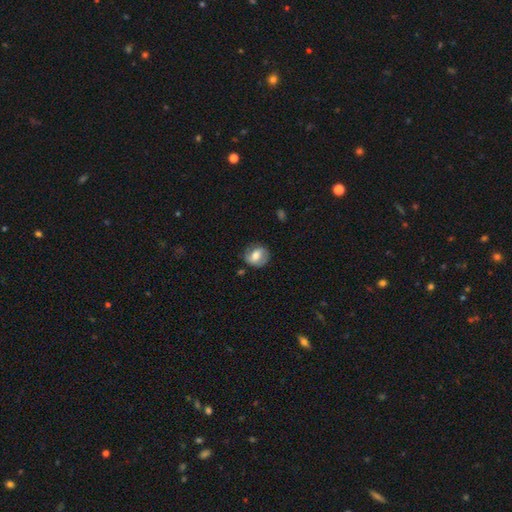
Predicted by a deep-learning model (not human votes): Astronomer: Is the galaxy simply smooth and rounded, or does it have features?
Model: smooth — 55% (runner-up: featured or disk, 38%).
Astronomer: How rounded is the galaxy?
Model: round — 59% (runner-up: in between, 39%).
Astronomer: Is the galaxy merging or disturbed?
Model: none — 71%.